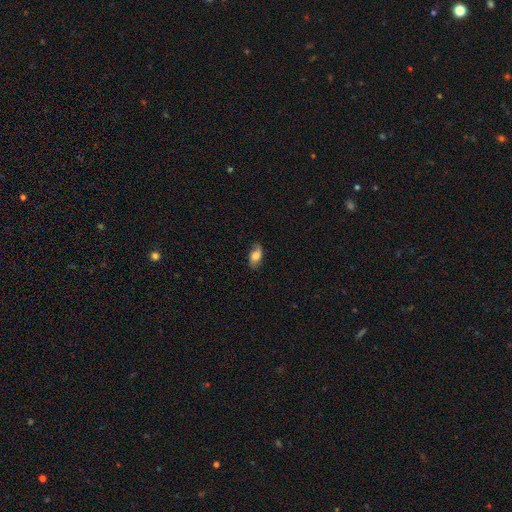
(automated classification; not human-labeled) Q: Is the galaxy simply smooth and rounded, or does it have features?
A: smooth — 69%.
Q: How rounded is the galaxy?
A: in between — 88%.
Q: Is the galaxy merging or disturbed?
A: none — 74%.